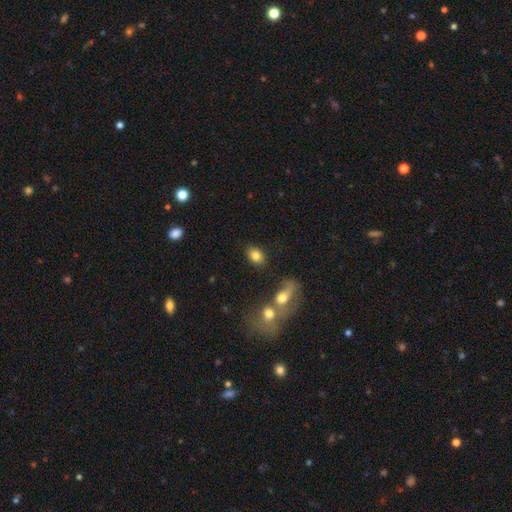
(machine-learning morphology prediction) This is clearly a smooth galaxy (81%). How rounded: likely in between (76%). Merging: clearly none (80%).